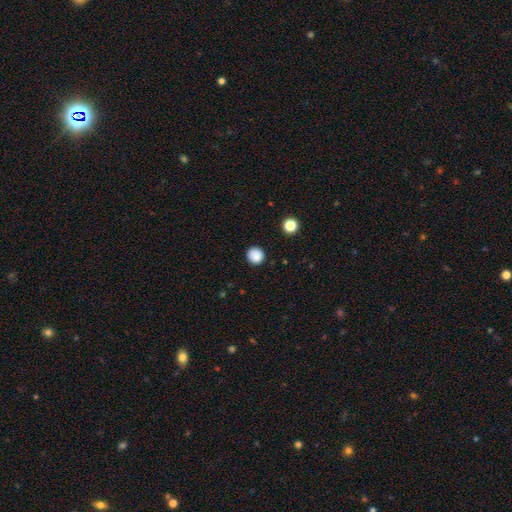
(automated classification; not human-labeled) smooth_or_featured: smooth (p=0.87) [alt: star or artifact p=0.10]
how_rounded: round (p=0.93) [alt: in between p=0.06]
merging: none (p=0.90) [alt: minor disturbance p=0.07]